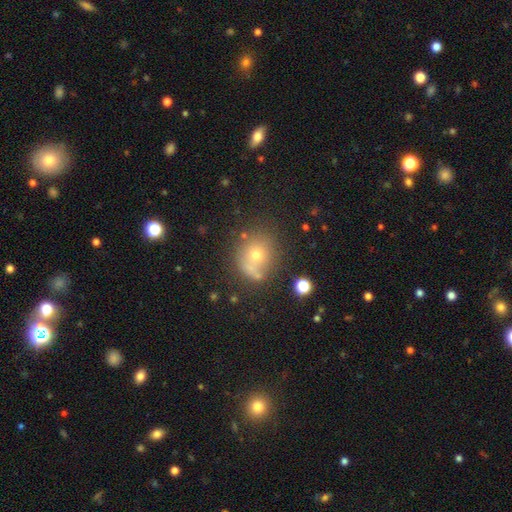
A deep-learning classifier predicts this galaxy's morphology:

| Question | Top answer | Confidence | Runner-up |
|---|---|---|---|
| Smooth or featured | smooth | 63% | featured or disk (19%) |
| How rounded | round | 73% | in between (25%) |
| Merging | none | 56% | minor disturbance (18%) |